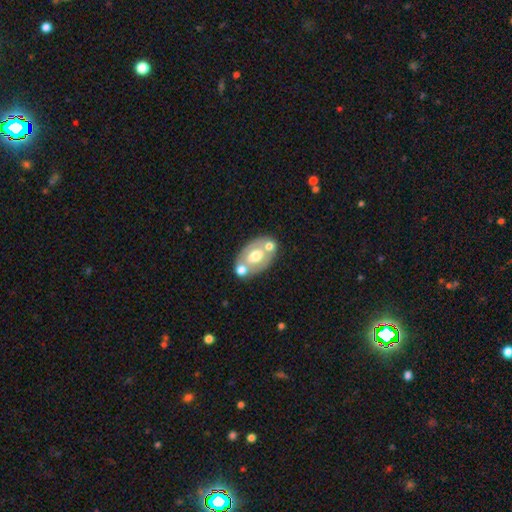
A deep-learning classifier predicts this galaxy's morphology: smooth_or_featured: featured or disk (p=0.50) [alt: smooth p=0.43]
disk_edge_on: no (p=0.90) [alt: yes p=0.10]
merging: none (p=0.55) [alt: merger p=0.25]